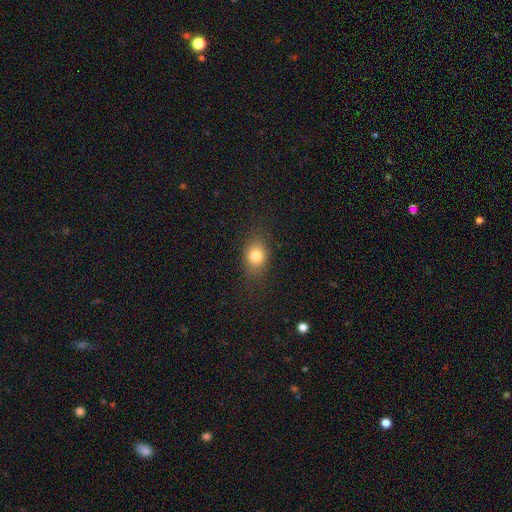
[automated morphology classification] Smooth or featured? smooth (80%)
How rounded? in between (57%)
Merging? none (79%)